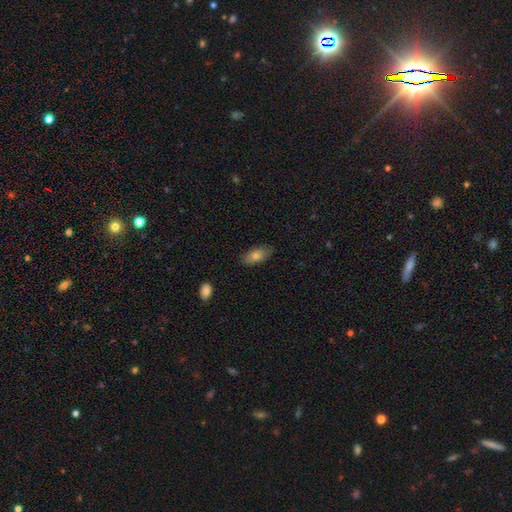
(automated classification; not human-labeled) A smooth galaxy with no disk features (78%) that is in between round and cigar-shaped (89%).

Vote fractions:
- Smooth or featured? smooth: 78% / featured or disk: 15% / star or artifact: 7%
- How rounded? in between: 89% / cigar-shaped: 8% / round: 3%
- Merging? none: 83% / minor disturbance: 13% / major disturbance: 2% / merger: 1%